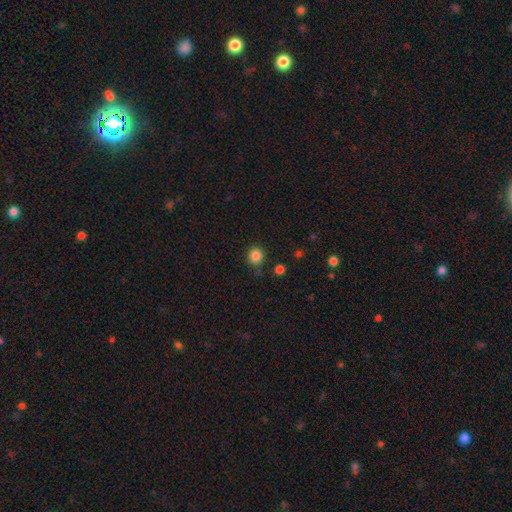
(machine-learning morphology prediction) Smooth or featured: smooth — 85% (star or artifact — 11%)
How rounded: round — 90% (in between — 9%)
Merging: none — 86% (minor disturbance — 9%)